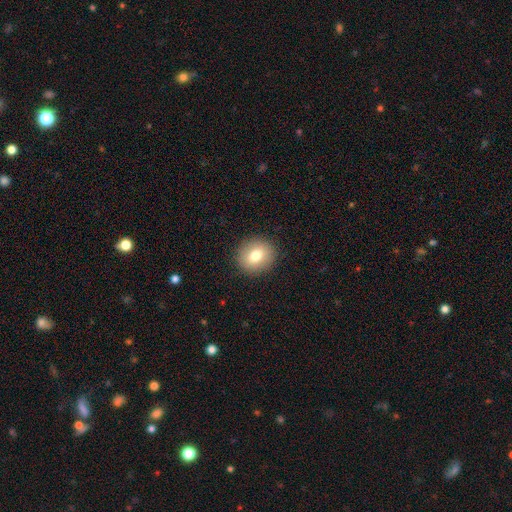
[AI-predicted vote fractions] This is likely a smooth galaxy (76%). How rounded: clearly round (81%). Merging: clearly none (90%).